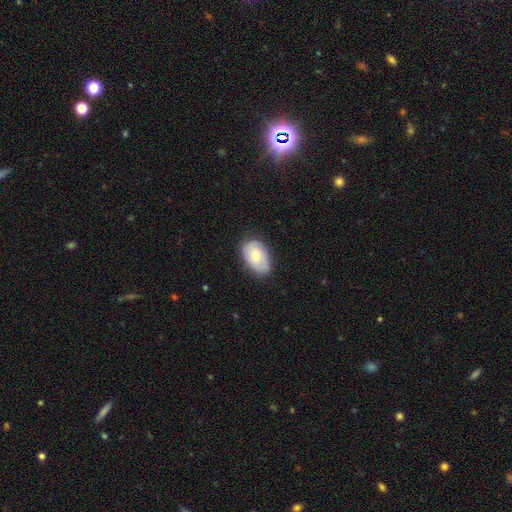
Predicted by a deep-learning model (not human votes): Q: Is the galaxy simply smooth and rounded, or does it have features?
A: smooth — 61%.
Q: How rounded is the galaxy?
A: in between — 90%.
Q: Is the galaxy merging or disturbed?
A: none — 78%.